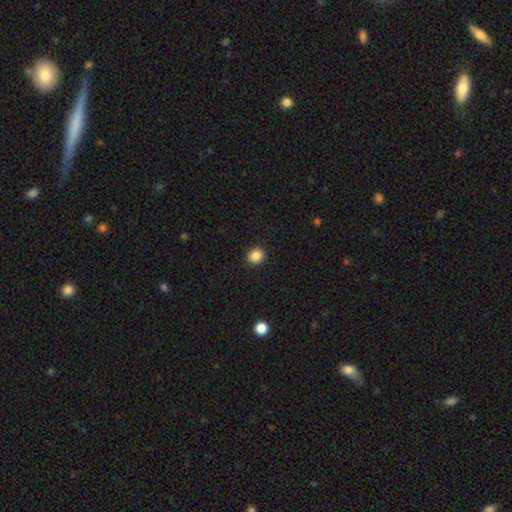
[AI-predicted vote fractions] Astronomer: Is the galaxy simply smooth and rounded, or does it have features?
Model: smooth — 86%.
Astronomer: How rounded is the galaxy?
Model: round — 81%.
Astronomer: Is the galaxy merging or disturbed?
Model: none — 92%.